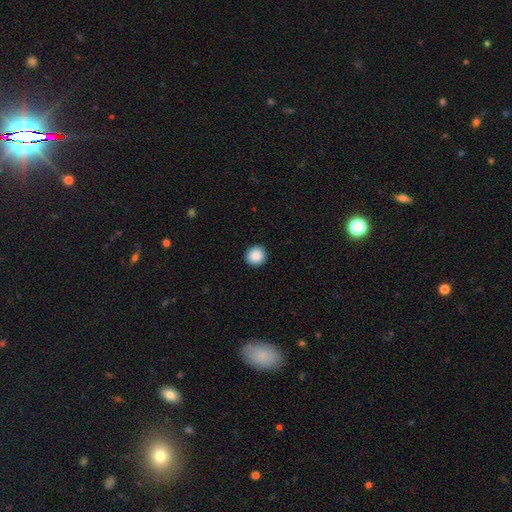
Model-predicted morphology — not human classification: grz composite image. It shows a smooth galaxy with no disk features (89%) that is round (95%). Merging: none (93%).